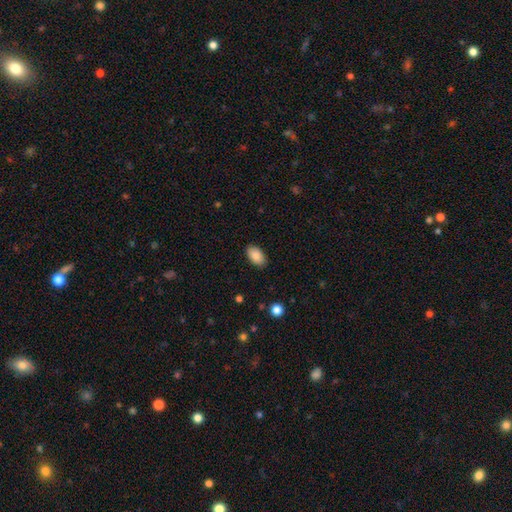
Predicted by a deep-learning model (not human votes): smooth-or-featured: smooth: 89% | star or artifact: 7% | featured or disk: 4%
  how-rounded: in between: 94% | round: 5% | cigar-shaped: 1%
  merging: none: 87% | minor disturbance: 10% | major disturbance: 2% | merger: 1%